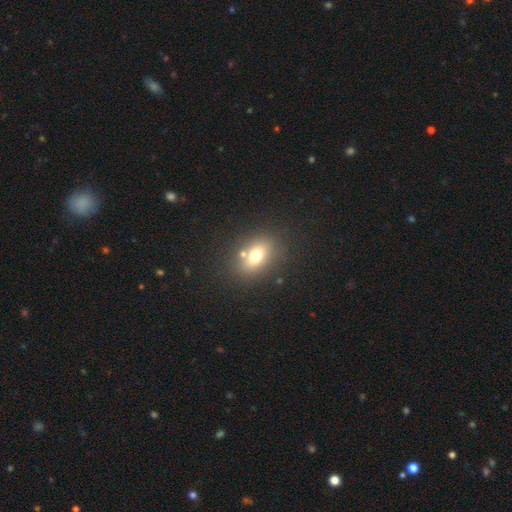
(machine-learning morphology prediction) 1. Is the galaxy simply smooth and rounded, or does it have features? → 68% smooth, 18% featured or disk, 14% star or artifact.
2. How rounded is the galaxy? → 69% in between, 29% round, 3% cigar-shaped.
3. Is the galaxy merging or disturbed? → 73% none, 11% merger, 11% minor disturbance, 5% major disturbance.